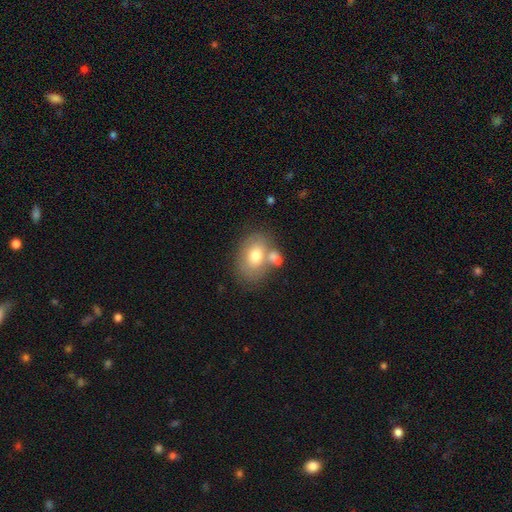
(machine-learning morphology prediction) Overall: smooth (69%). How rounded: in between (73%). Merging: none (52%; merger 25%).